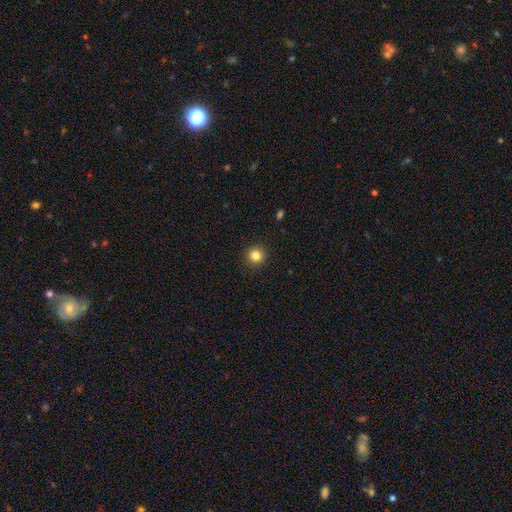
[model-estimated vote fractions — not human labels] Smooth or featured? smooth (83%)
How rounded? round (94%)
Merging? none (92%)